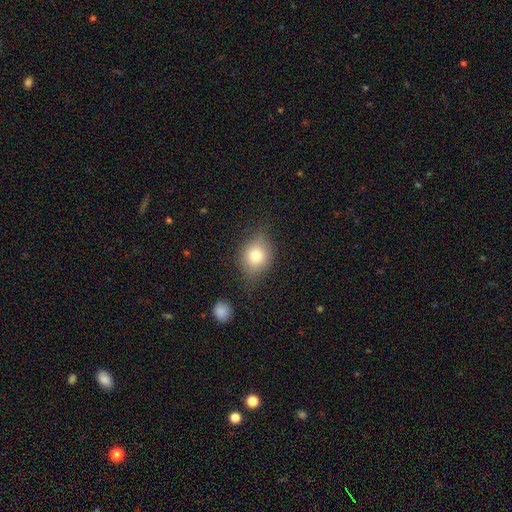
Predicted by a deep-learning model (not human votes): Smooth or featured? Predicted: smooth (p=0.72). How rounded? Predicted: round (p=0.60). Merging? Predicted: none (p=0.68).